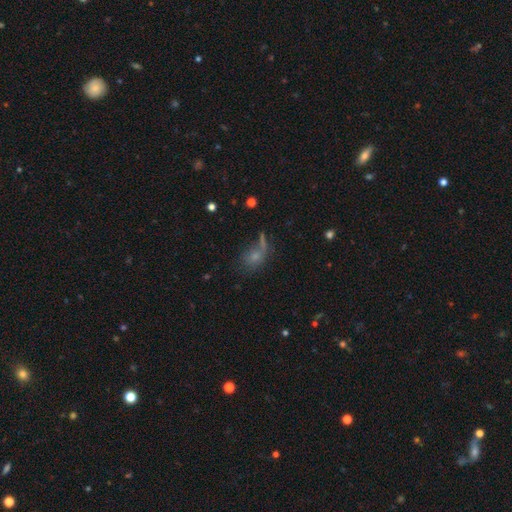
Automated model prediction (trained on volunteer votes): Smooth or featured? smooth (62%)
How rounded? in between (61%)
Merging? none (45%)